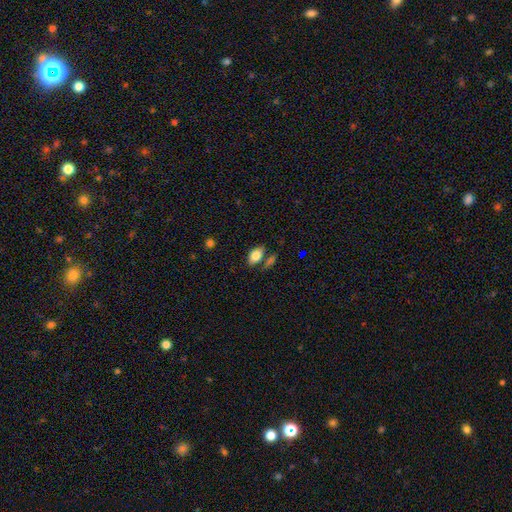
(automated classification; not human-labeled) A smooth galaxy with no disk features (82%) that is in between round and cigar-shaped (91%).

Vote fractions:
- Smooth or featured? smooth: 82% / featured or disk: 10% / star or artifact: 8%
- How rounded? in between: 91% / round: 6% / cigar-shaped: 3%
- Merging? none: 68% / minor disturbance: 15% / merger: 13% / major disturbance: 4%